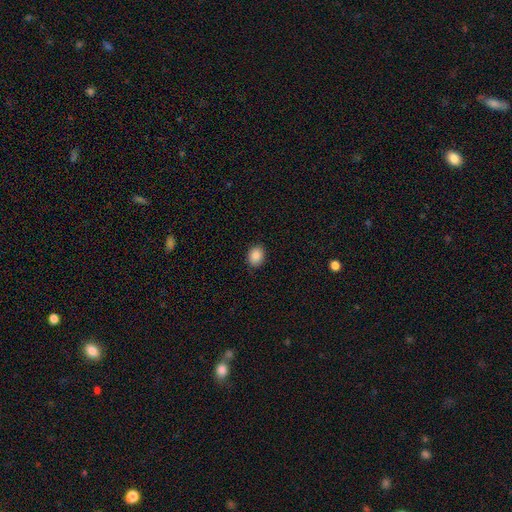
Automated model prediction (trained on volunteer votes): The model was most divided on "how rounded": in between: 56%, round: 43%, cigar-shaped: 1%. More confident: smooth or featured — smooth (89%); merging — none (88%).